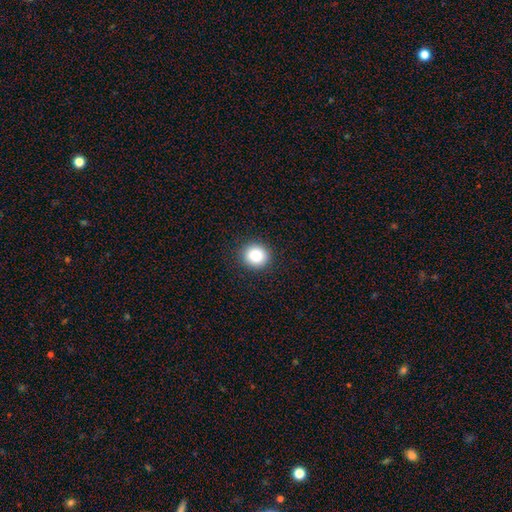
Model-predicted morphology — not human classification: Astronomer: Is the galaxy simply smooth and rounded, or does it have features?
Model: smooth — 86%.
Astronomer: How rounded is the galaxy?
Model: round — 85%.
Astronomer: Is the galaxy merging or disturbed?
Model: none — 91%.